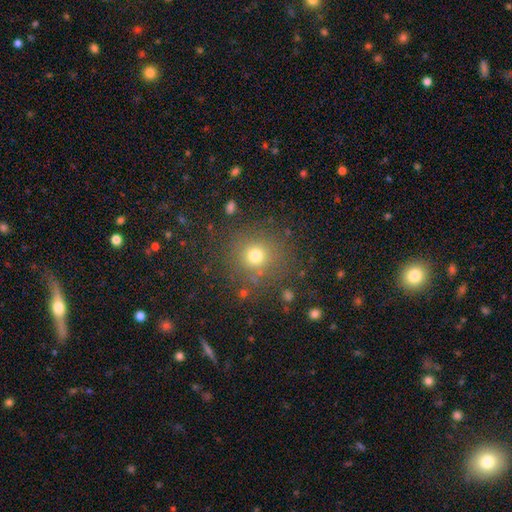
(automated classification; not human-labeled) Overall: smooth (73%). How rounded: round (91%). Merging: none (83%).